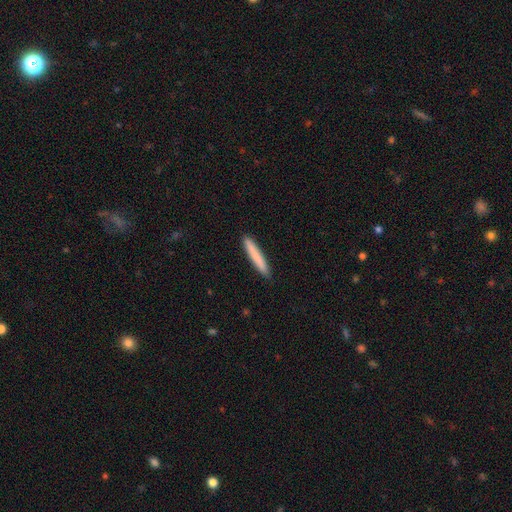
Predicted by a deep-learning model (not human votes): This appears to be a smooth galaxy with no disk features (80%) that is cigar-shaped (96%). Merging: none (91%).